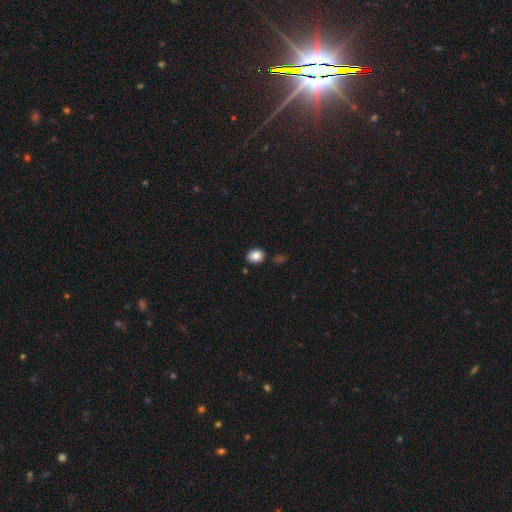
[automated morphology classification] Smooth or featured? Predicted: smooth (p=0.87). How rounded? Predicted: in between (p=0.59). Merging? Predicted: none (p=0.84).